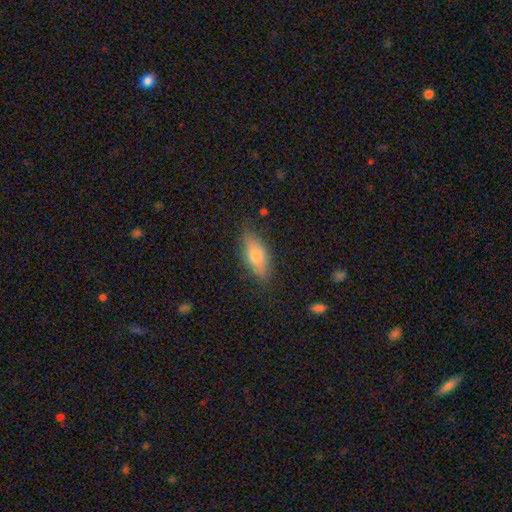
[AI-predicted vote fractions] Q: Smooth or featured?
A: smooth (65%); runner-up: featured or disk (29%)
Q: How rounded?
A: in between (67%); runner-up: cigar-shaped (30%)
Q: Merging?
A: none (80%); runner-up: minor disturbance (16%)